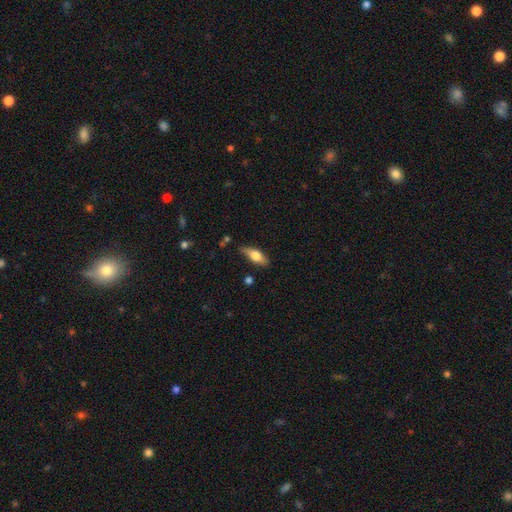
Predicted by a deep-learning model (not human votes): Smooth or featured?
  - smooth: 64% *
  - featured or disk: 30%
  - star or artifact: 6%
How rounded?
  - in between: 69% *
  - cigar-shaped: 28%
  - round: 3%
Merging?
  - none: 72% *
  - minor disturbance: 21%
  - major disturbance: 4%
  - merger: 3%